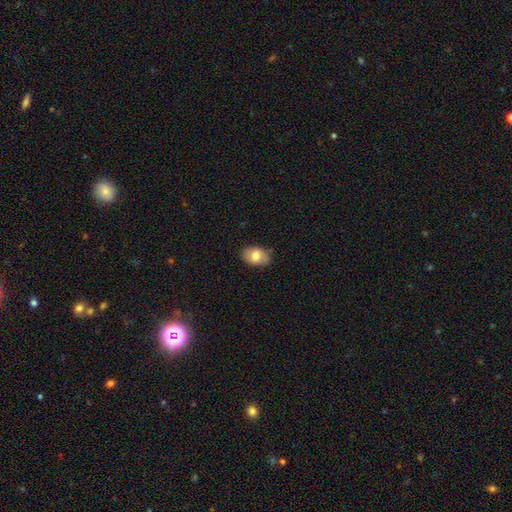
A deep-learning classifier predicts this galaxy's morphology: smooth 77%, featured or disk 16%, star or artifact 7%. Down the decision tree: how rounded — in between (85%); merging — none (81%).